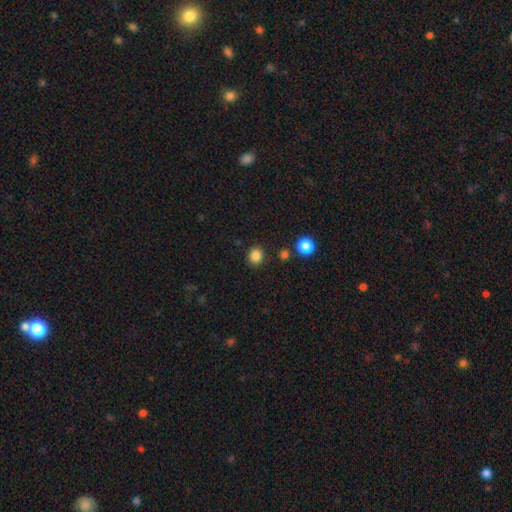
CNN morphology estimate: smooth_or_featured: smooth (p=0.85) [alt: star or artifact p=0.12]
how_rounded: round (p=0.77) [alt: in between p=0.22]
merging: none (p=0.87) [alt: minor disturbance p=0.07]